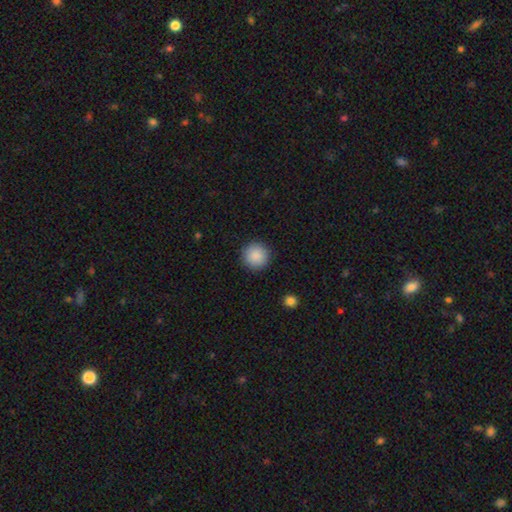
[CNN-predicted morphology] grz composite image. It shows a smooth galaxy with no disk features (89%) that is round (95%). Merging: none (92%).